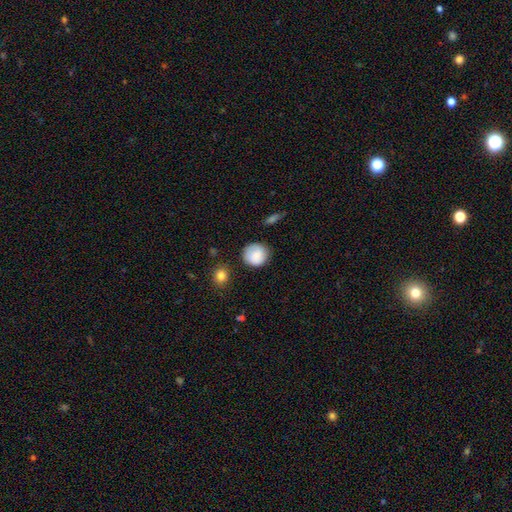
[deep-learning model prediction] smooth_or_featured: smooth (p=0.85) [alt: star or artifact p=0.07]
how_rounded: round (p=0.90) [alt: in between p=0.09]
merging: none (p=0.81) [alt: minor disturbance p=0.14]